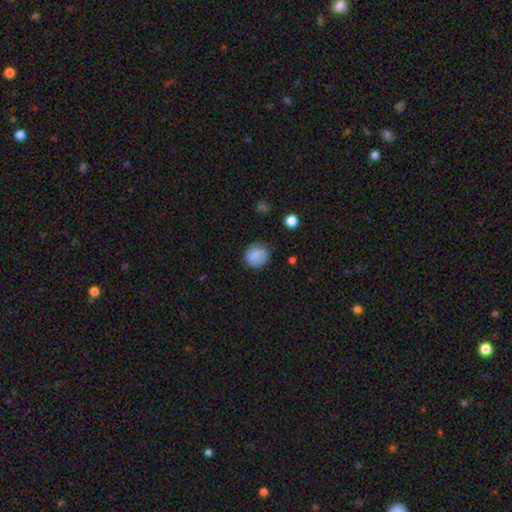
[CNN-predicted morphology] type=smooth (85%); roundness=round (86%); merging=none (80%).